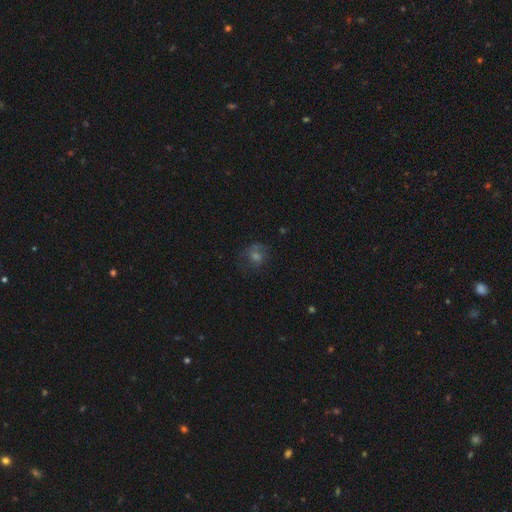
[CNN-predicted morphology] Smooth or featured? Predicted: smooth (p=0.46). Merging? Predicted: none (p=0.69).